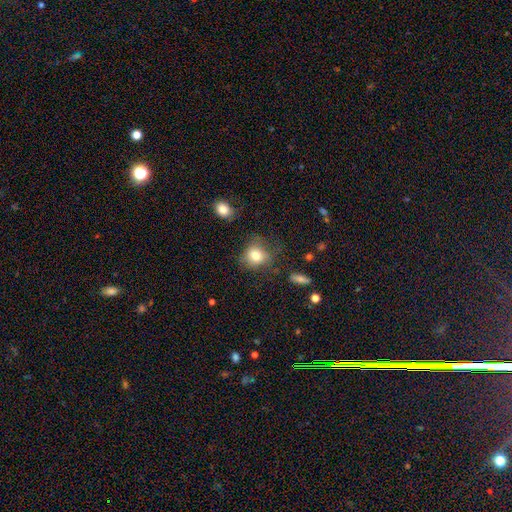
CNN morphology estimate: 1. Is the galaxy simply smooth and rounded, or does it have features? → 79% smooth, 11% featured or disk, 11% star or artifact.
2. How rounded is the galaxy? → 71% round, 28% in between, 1% cigar-shaped.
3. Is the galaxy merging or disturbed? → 60% none, 25% minor disturbance, 12% major disturbance, 3% merger.